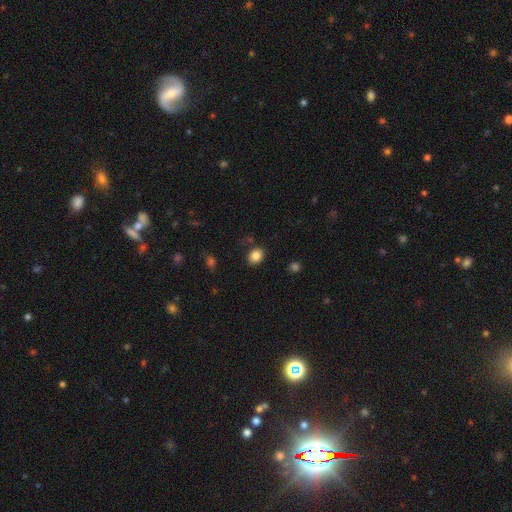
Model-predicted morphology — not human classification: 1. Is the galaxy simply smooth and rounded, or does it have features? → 84% smooth, 9% star or artifact, 6% featured or disk.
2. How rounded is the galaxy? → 64% in between, 35% round, 1% cigar-shaped.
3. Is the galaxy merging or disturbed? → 81% none, 13% minor disturbance, 3% major disturbance, 3% merger.